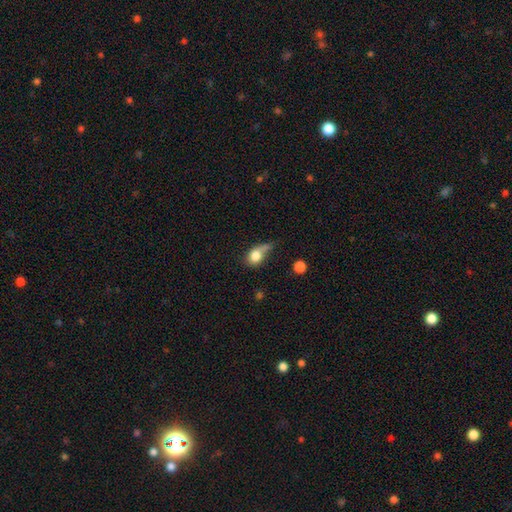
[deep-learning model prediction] Q: Smooth or featured?
A: smooth (75%); runner-up: featured or disk (15%)
Q: How rounded?
A: in between (51%); runner-up: round (46%)
Q: Merging?
A: major disturbance (29%); runner-up: minor disturbance (28%)